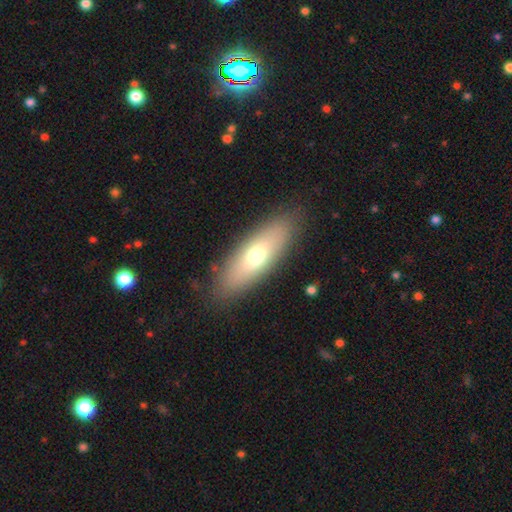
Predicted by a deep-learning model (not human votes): Morphology: type=smooth (65%); roundness=in between (62%); merging=none (87%).